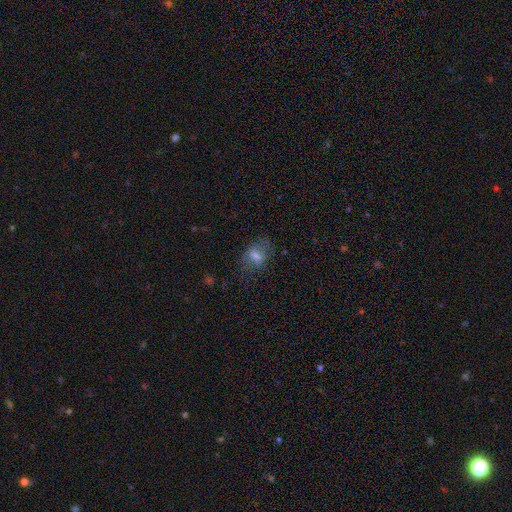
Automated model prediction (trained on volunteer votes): smooth_or_featured: smooth (p=0.63) [alt: featured or disk p=0.25]
how_rounded: in between (p=0.74) [alt: round p=0.22]
merging: none (p=0.64) [alt: minor disturbance p=0.21]